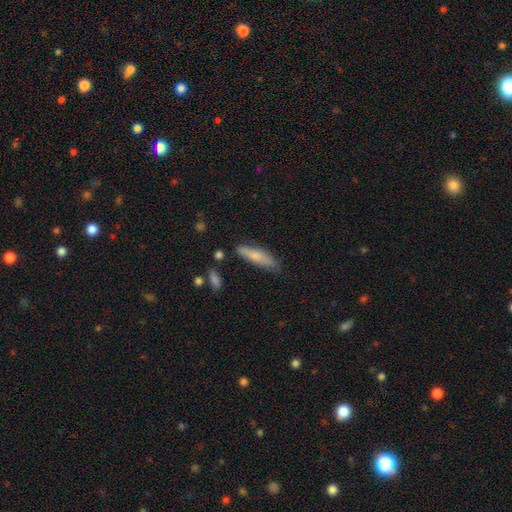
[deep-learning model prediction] Smooth or featured? Predicted: smooth (p=0.77). How rounded? Predicted: cigar-shaped (p=0.73). Merging? Predicted: none (p=0.72).